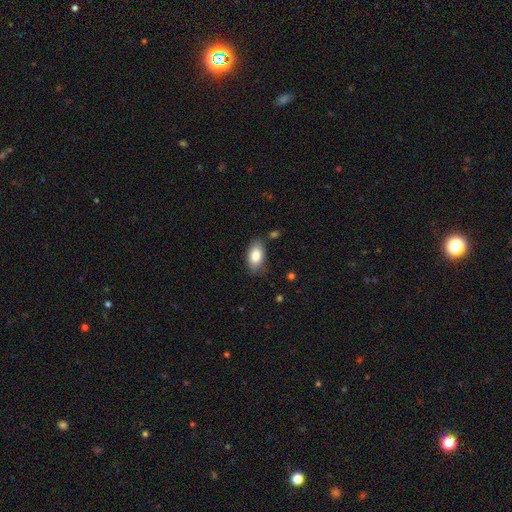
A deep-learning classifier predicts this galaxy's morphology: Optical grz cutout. It shows a smooth galaxy with no disk features (83%) that is in between round and cigar-shaped (92%). Merging: none (78%).